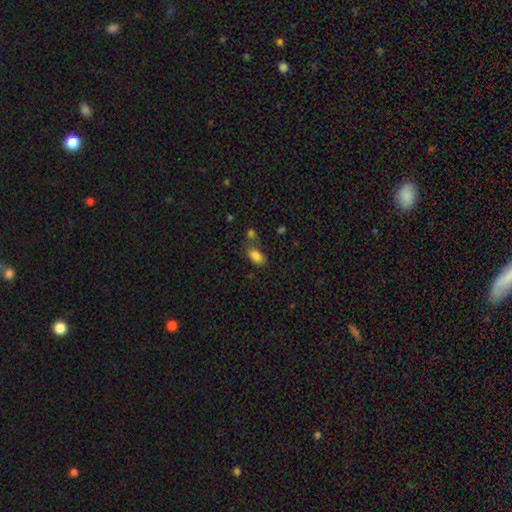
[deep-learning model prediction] A smooth galaxy with no disk features (84%) that is in between round and cigar-shaped (91%). Merging: none (57%).